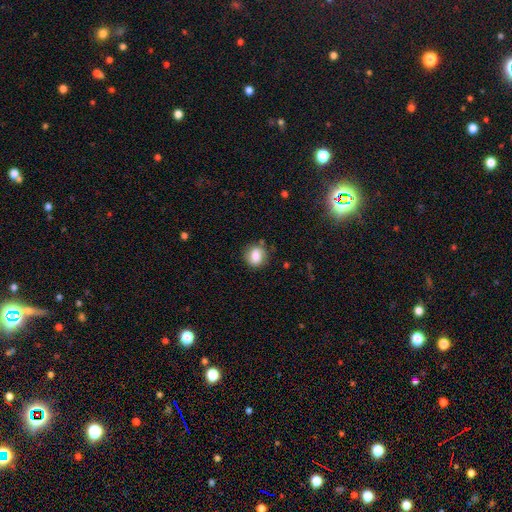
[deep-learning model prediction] A smooth galaxy with no disk features (81%) that is round (68%). Merging: none (78%).